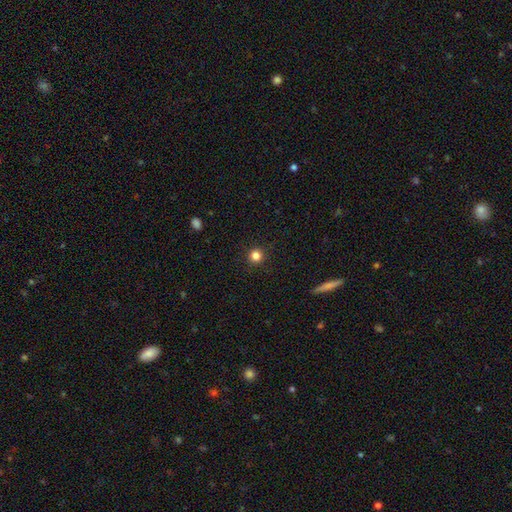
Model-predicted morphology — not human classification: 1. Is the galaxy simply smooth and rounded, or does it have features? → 82% smooth, 13% star or artifact, 5% featured or disk.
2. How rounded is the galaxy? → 95% round, 4% in between, 1% cigar-shaped.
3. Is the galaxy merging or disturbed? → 92% none, 5% minor disturbance, 2% major disturbance, 1% merger.